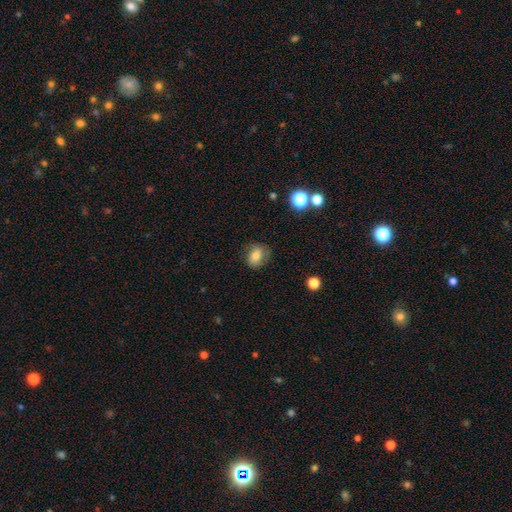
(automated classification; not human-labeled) Smooth or featured? Predicted: smooth (p=0.75). How rounded? Predicted: in between (p=0.53). Merging? Predicted: none (p=0.76).